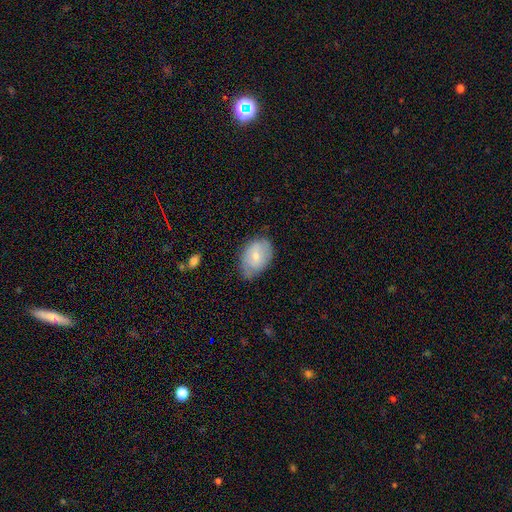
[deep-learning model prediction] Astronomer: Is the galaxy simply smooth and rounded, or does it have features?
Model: smooth — 65%.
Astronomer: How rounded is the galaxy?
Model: in between — 85%.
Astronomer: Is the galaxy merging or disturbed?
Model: none — 60%.